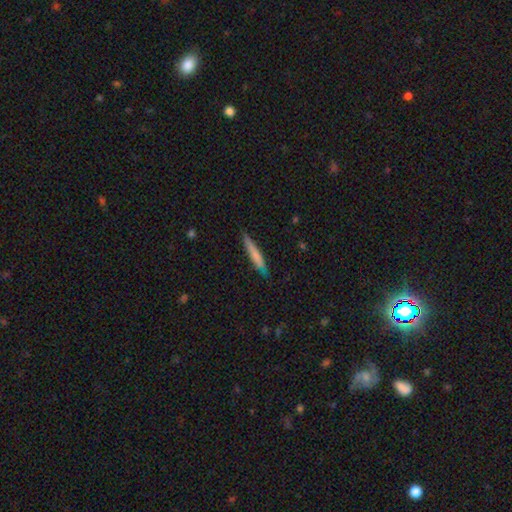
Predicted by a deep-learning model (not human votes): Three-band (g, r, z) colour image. It shows a smooth galaxy with no disk features (67%) that is cigar-shaped (95%). Merging: none (85%).